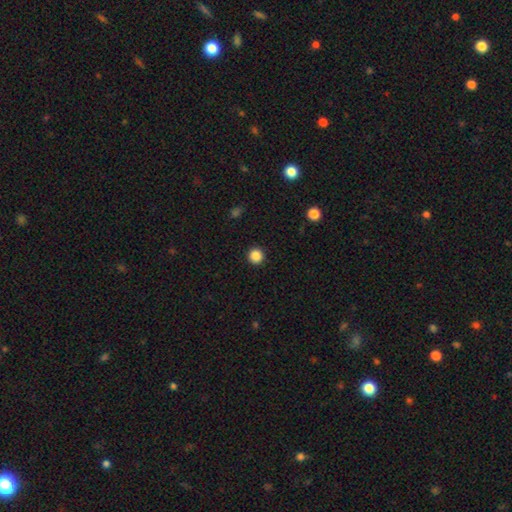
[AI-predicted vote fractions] Morphology: type=smooth (86%); roundness=round (95%); merging=none (93%).